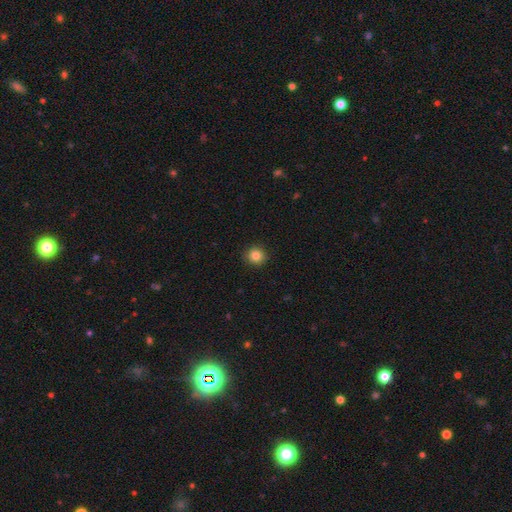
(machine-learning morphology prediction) This appears to be a smooth galaxy with no disk features (84%) that is round (92%). Merging: none (91%).